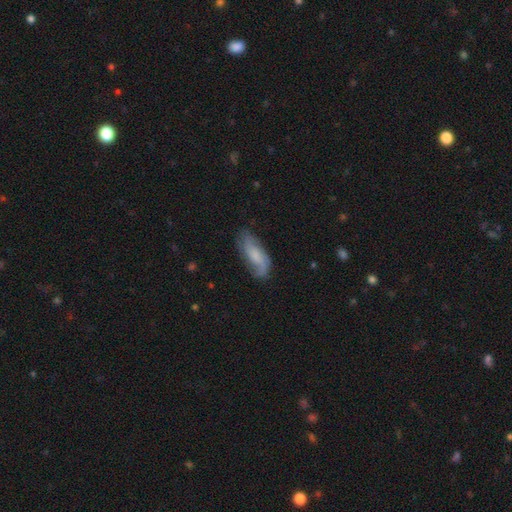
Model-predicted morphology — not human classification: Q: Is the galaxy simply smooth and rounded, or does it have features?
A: featured or disk — 50%.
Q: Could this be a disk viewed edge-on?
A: no — 88%.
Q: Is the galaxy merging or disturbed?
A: none — 66%.